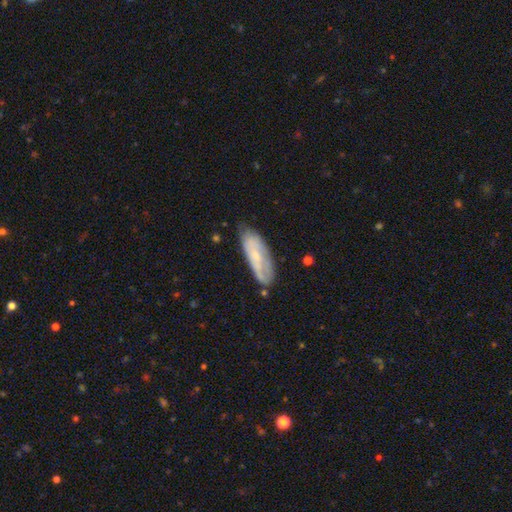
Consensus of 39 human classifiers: featured or disk 51%, smooth 41%, star or artifact 8%. Down the decision tree: edge-on disk — no (75%); bar — no (93%); spiral arms — no (67%); bulge size — small (87%); merging — none (44%, tied with minor disturbance).